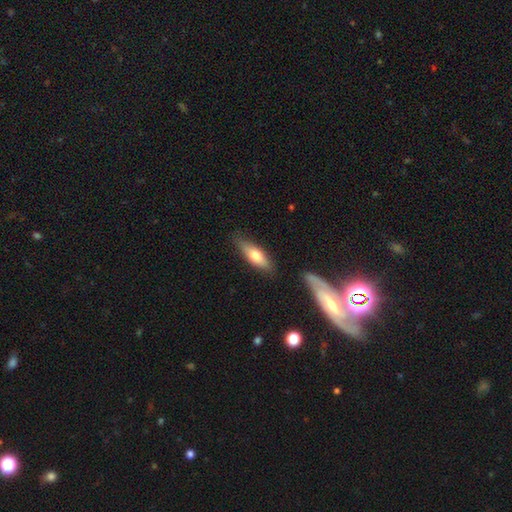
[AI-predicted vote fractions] smooth-or-featured: smooth: 65% | featured or disk: 29% | star or artifact: 6%
  how-rounded: in between: 55% | cigar-shaped: 42% | round: 2%
  merging: none: 80% | minor disturbance: 14% | major disturbance: 3% | merger: 3%